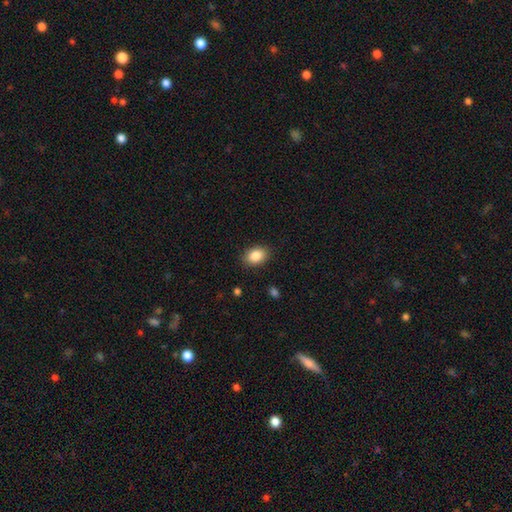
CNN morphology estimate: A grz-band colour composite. It shows a smooth galaxy with no disk features (86%) that is in between round and cigar-shaped (79%). Merging: none (88%).